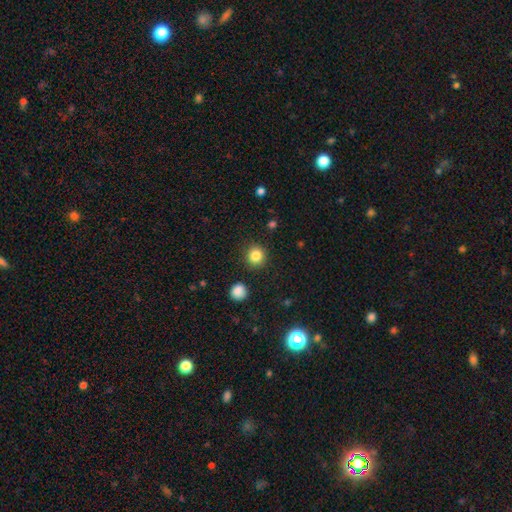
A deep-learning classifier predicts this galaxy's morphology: This is clearly a smooth galaxy (84%). How rounded: clearly round (92%). Merging: clearly none (90%).